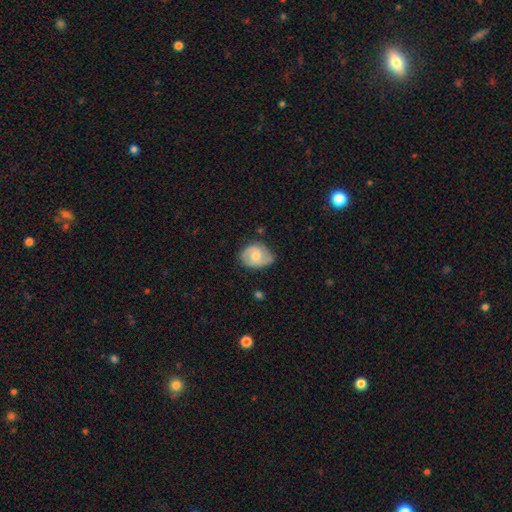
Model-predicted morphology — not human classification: Smooth or featured?
  - featured or disk: 53% *
  - smooth: 41%
  - star or artifact: 7%
Edge-on disk?
  - no: 97% *
  - yes: 3%
Bar?
  - no: 57% *
  - weak: 37%
  - strong: 6%
Spiral arms?
  - yes: 81% *
  - no: 19%
Bulge size?
  - moderate: 62% *
  - small: 26%
  - large: 7%
  - none: 3%
  - dominant: 1%
Merging?
  - none: 63% *
  - minor disturbance: 29%
  - major disturbance: 6%
  - merger: 2%